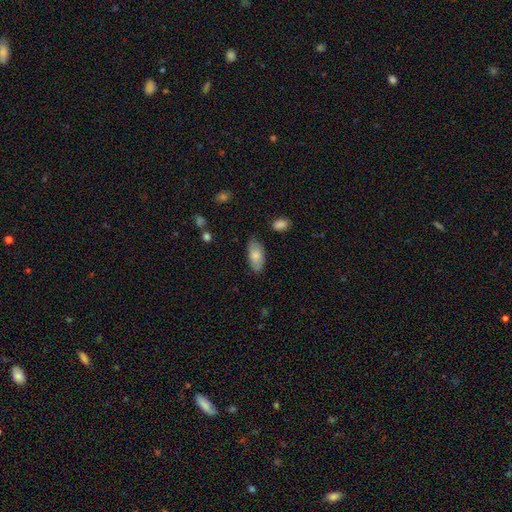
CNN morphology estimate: The model was most divided on "merging": none: 76%, minor disturbance: 19%, major disturbance: 3%, merger: 2%. More confident: how rounded — in between (92%); smooth or featured — smooth (79%).